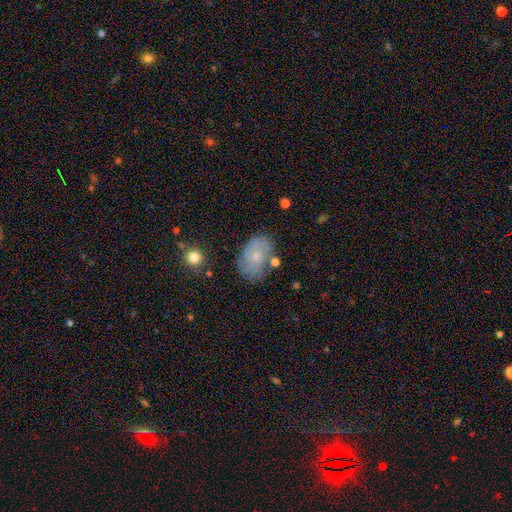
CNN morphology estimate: Smooth or featured: smooth — 58% (featured or disk — 33%)
How rounded: in between — 84% (round — 14%)
Merging: none — 65% (minor disturbance — 23%)